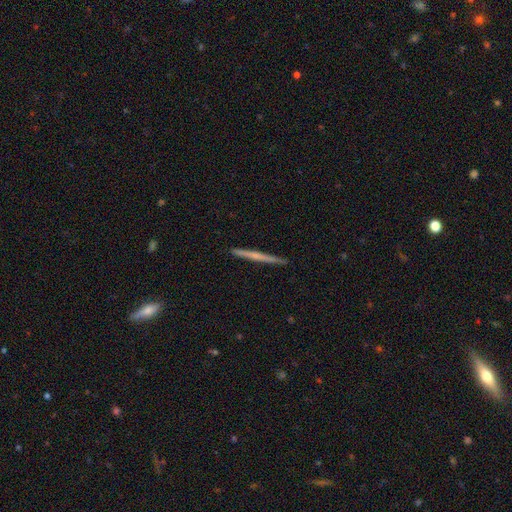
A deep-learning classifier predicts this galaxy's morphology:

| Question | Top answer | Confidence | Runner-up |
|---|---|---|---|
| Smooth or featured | featured or disk | 55% | smooth (40%) |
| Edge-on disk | yes | 98% | no (2%) |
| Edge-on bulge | none | 75% | rounded (20%) |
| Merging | none | 92% | minor disturbance (5%) |